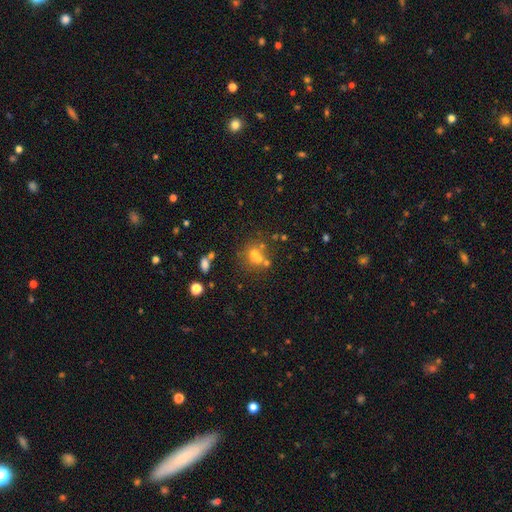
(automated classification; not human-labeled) Smooth or featured? Predicted: smooth (p=0.57). How rounded? Predicted: round (p=0.81). Merging? Predicted: none (p=0.44).